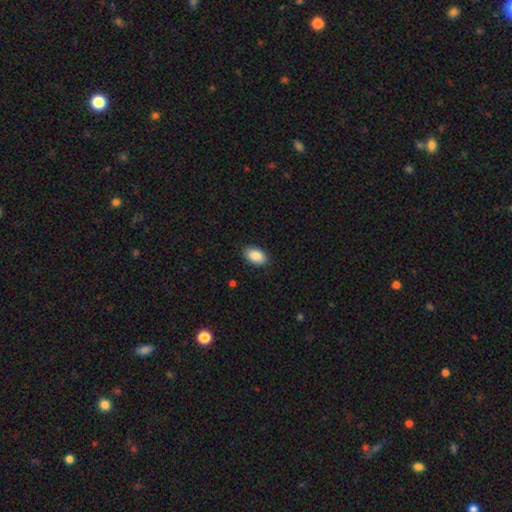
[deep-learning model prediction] This is clearly a smooth galaxy (89%). How rounded: clearly in between (93%). Merging: clearly none (88%).